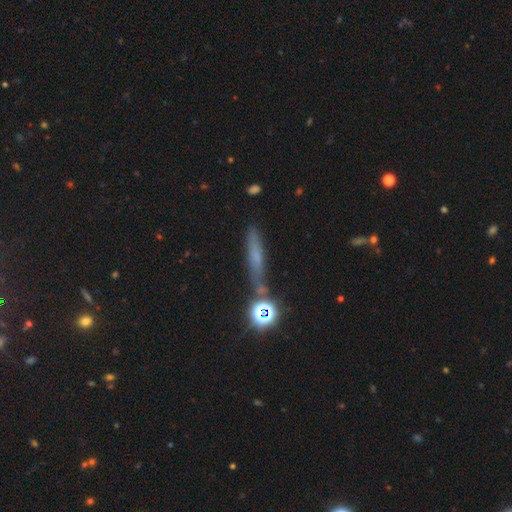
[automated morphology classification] Smooth or featured? Predicted: smooth (p=0.47). Merging? Predicted: none (p=0.72).